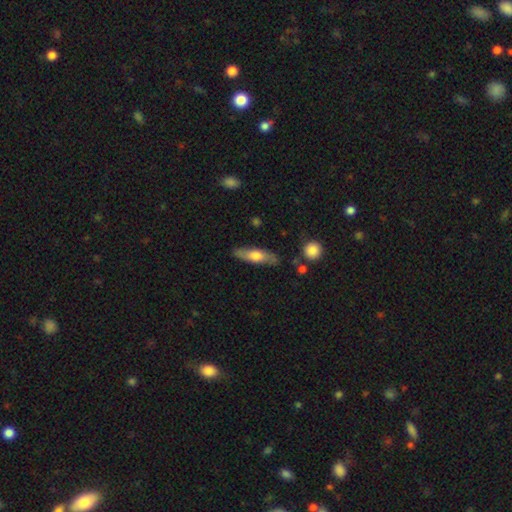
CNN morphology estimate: Smooth or featured? Predicted: smooth (p=0.54). How rounded? Predicted: cigar-shaped (p=0.60). Merging? Predicted: none (p=0.82).